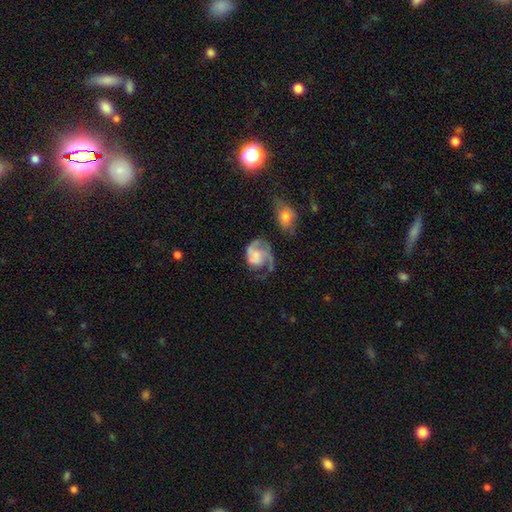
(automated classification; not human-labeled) Smooth or featured: featured or disk — 68% (smooth — 24%)
Edge-on disk: no — 98% (yes — 2%)
Bar: no — 68% (weak — 27%)
Spiral arms: yes — 86% (no — 14%)
Spiral winding: medium — 42% (tight — 32%)
Spiral arm count: 2 — 42% (1 — 31%)
Bulge size: none — 36% (small — 31%)
Merging: none — 36% (major disturbance — 33%)